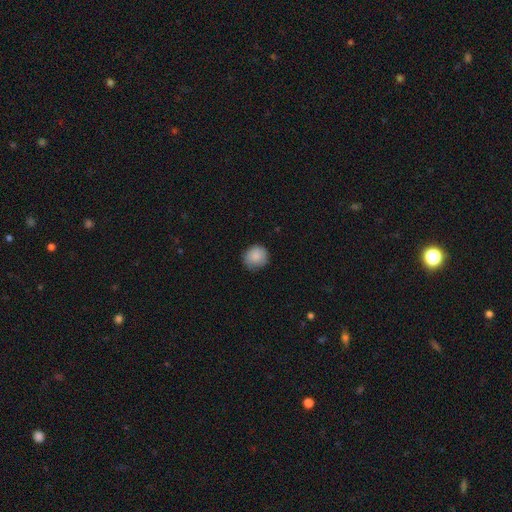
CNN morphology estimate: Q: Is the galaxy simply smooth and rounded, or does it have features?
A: smooth — 85%.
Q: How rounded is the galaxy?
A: round — 89%.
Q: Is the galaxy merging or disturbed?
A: none — 79%.